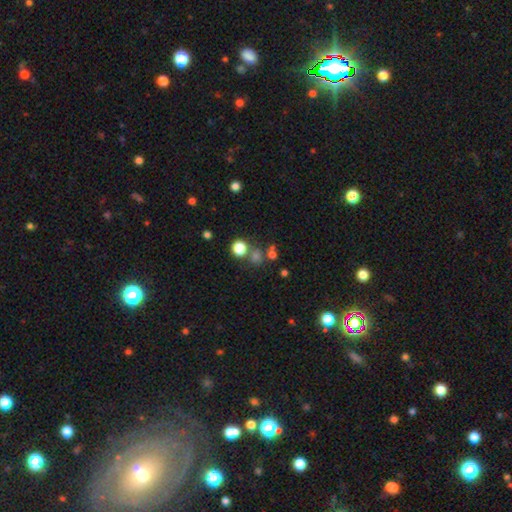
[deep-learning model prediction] smooth 55%, star or artifact 37%, featured or disk 8%. Down the decision tree: how rounded — round (87%); merging — none (68%).